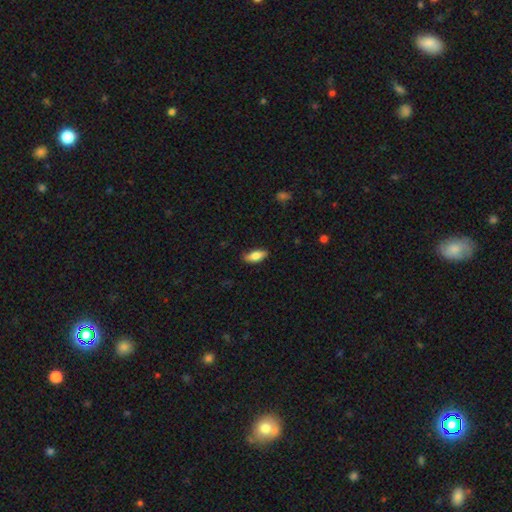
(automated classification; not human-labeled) Overall: smooth (79%). How rounded: in between (80%). Merging: none (84%).